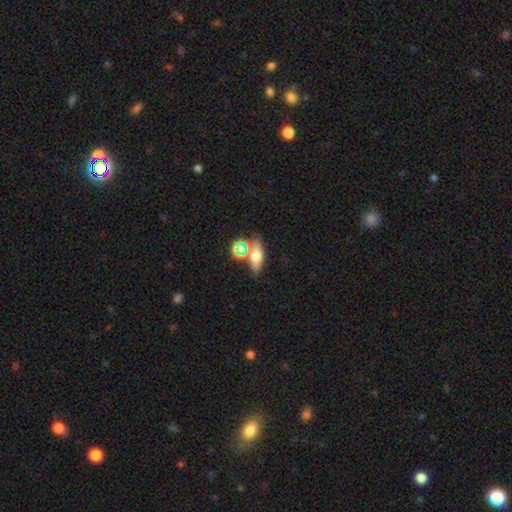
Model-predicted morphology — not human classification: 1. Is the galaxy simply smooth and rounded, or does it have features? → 57% smooth, 24% featured or disk, 19% star or artifact.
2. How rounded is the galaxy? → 71% in between, 16% cigar-shaped, 13% round.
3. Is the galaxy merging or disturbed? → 63% none, 18% merger, 14% minor disturbance, 6% major disturbance.